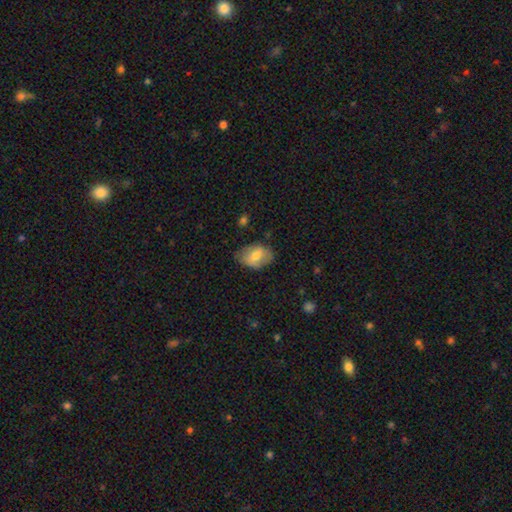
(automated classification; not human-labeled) This appears to be a smooth galaxy with no disk features (69%) that is in between round and cigar-shaped (82%). Merging: none (67%).